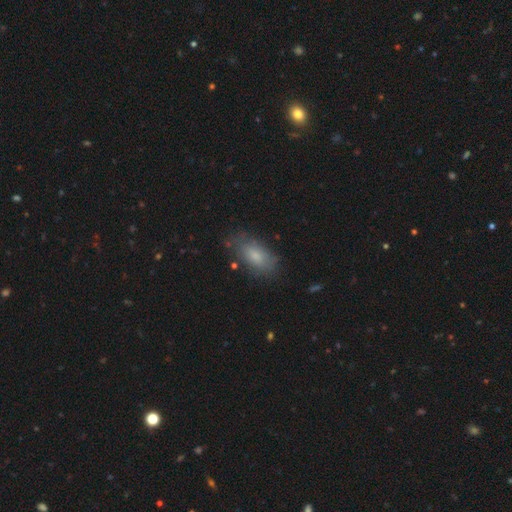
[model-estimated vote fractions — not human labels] Smooth or featured? smooth (74%)
How rounded? in between (90%)
Merging? none (70%)